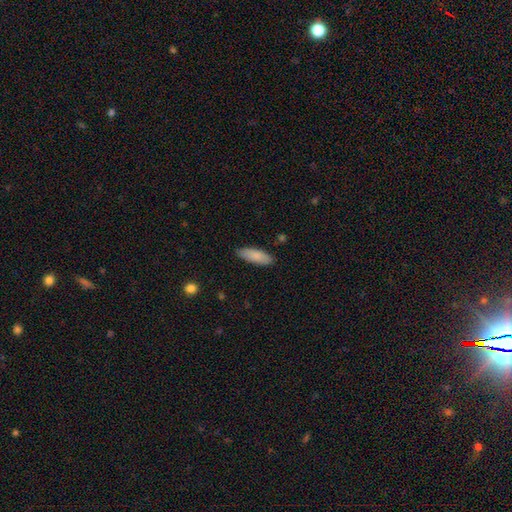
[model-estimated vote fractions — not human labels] Smooth or featured?
  - smooth: 86% *
  - featured or disk: 9%
  - star or artifact: 6%
How rounded?
  - in between: 64% *
  - cigar-shaped: 34%
  - round: 2%
Merging?
  - none: 85% *
  - minor disturbance: 12%
  - major disturbance: 2%
  - merger: 1%